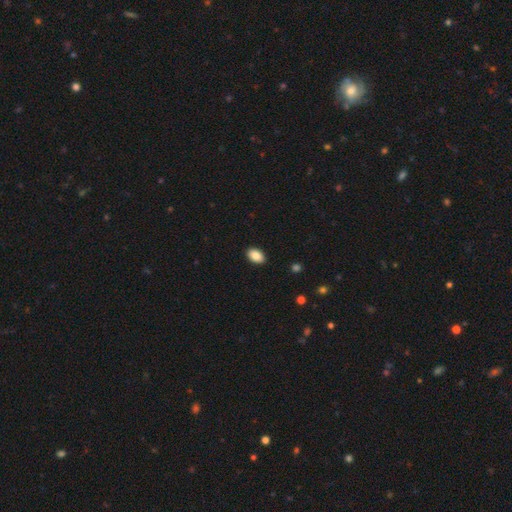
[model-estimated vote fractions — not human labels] This appears to be a smooth galaxy with no disk features (87%) that is in between round and cigar-shaped (91%). Merging: none (90%).